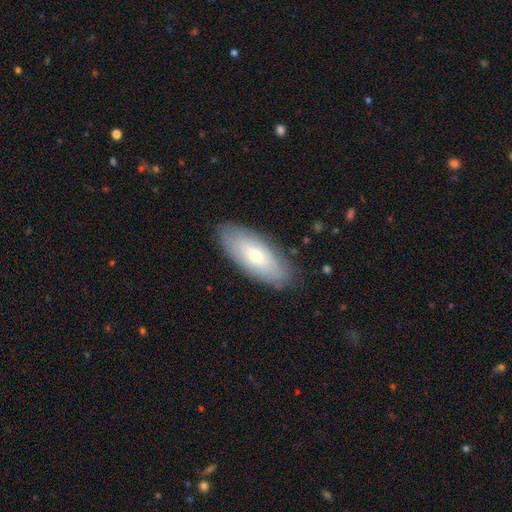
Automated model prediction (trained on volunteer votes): Smooth or featured: smooth — 59% (featured or disk — 35%)
How rounded: in between — 81% (cigar-shaped — 17%)
Merging: none — 85% (minor disturbance — 11%)